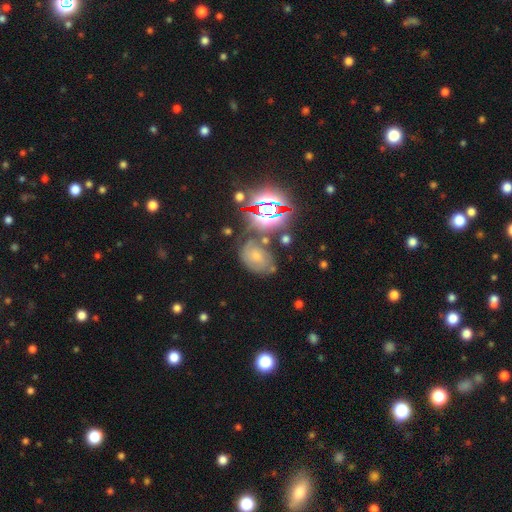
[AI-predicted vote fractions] Smooth or featured? smooth (40%)
Merging? none (61%)